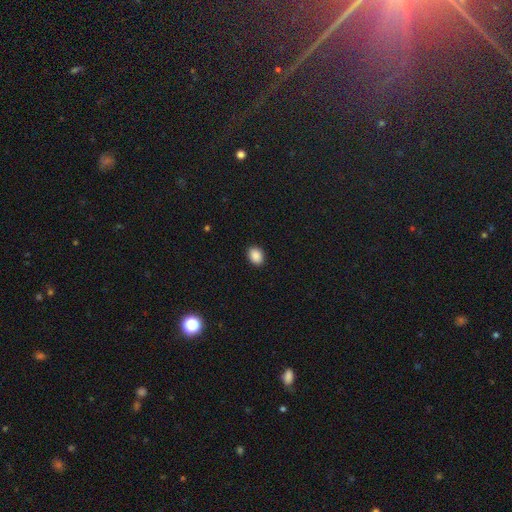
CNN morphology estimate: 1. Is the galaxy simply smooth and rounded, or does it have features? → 89% smooth, 9% star or artifact, 3% featured or disk.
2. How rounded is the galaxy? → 65% in between, 34% round, 1% cigar-shaped.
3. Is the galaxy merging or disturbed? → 91% none, 7% minor disturbance, 2% major disturbance, 1% merger.